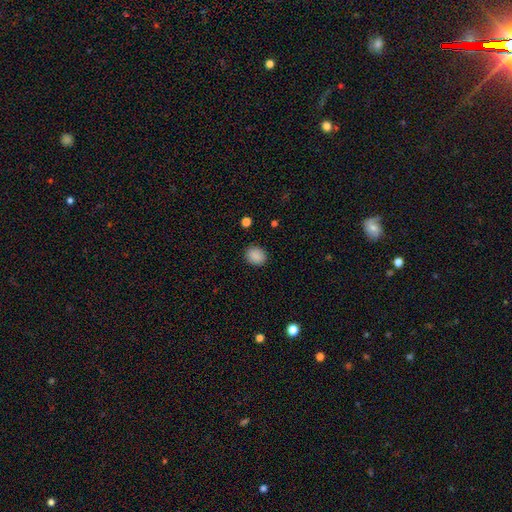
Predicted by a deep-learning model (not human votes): smooth 88%, star or artifact 9%, featured or disk 3%. Down the decision tree: how rounded — round (59%); merging — none (88%).